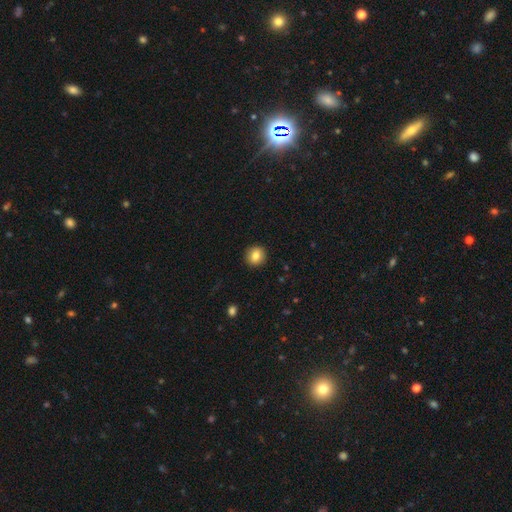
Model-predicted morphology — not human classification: smooth-or-featured: smooth: 82% | star or artifact: 9% | featured or disk: 9%
  how-rounded: round: 91% | in between: 8% | cigar-shaped: 1%
  merging: none: 92% | minor disturbance: 5% | major disturbance: 2% | merger: 1%